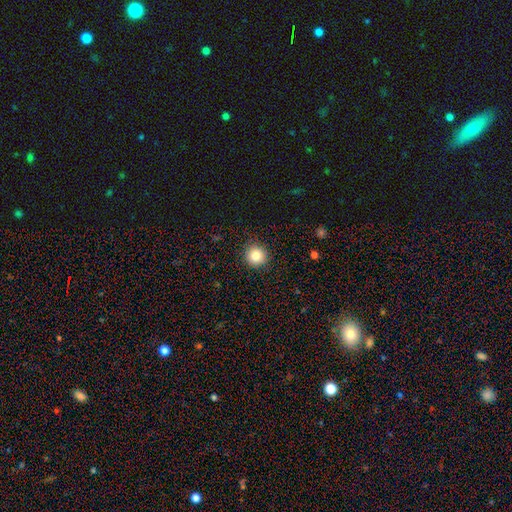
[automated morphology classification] smooth 83%, star or artifact 11%, featured or disk 7%. Down the decision tree: how rounded — round (94%); merging — none (90%).